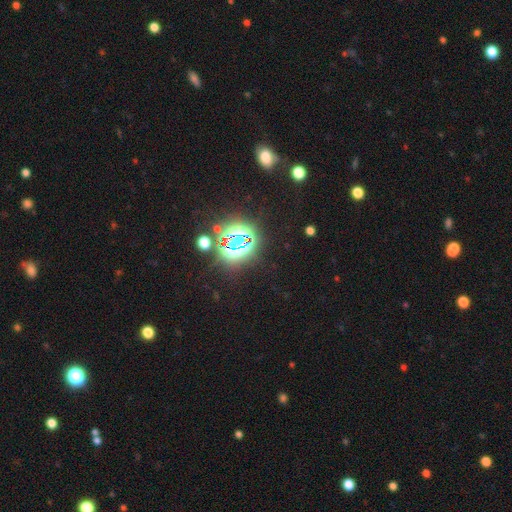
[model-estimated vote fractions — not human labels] A star or artifact, not a galaxy (78%).

Vote fractions:
- Smooth or featured? star or artifact: 78% / smooth: 13% / featured or disk: 9%